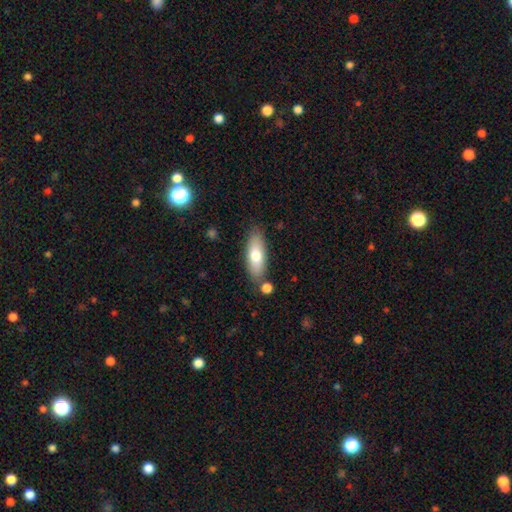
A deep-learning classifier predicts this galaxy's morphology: smooth-or-featured: smooth: 73% | featured or disk: 21% | star or artifact: 6%
  how-rounded: in between: 65% | cigar-shaped: 33% | round: 2%
  merging: none: 78% | minor disturbance: 13% | merger: 6% | major disturbance: 3%